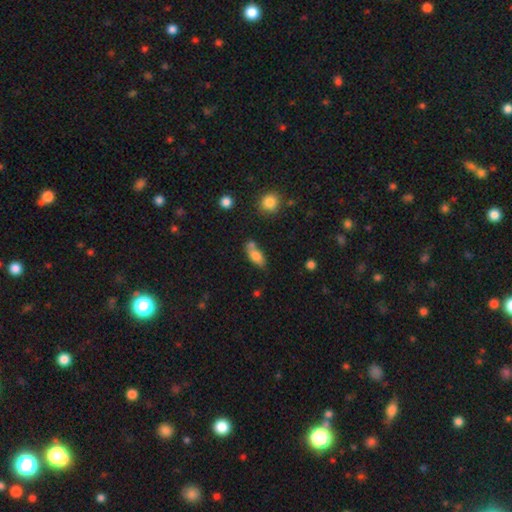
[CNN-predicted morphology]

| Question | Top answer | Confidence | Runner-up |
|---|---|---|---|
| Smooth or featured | smooth | 75% | featured or disk (17%) |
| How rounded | in between | 82% | cigar-shaped (13%) |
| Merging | none | 51% | merger (25%) |